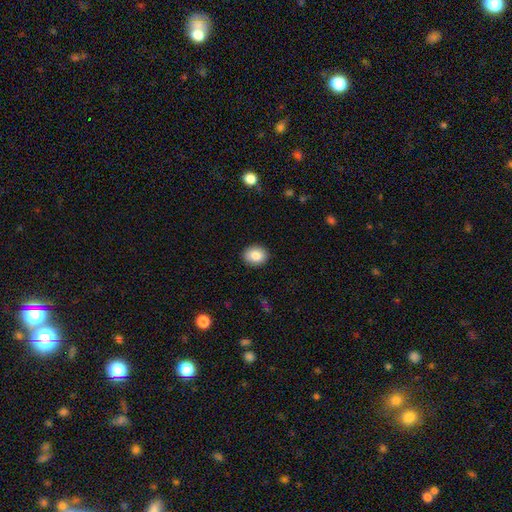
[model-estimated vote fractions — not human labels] A smooth galaxy with no disk features (85%) that is round (57%).

Vote fractions:
- Smooth or featured? smooth: 85% / star or artifact: 8% / featured or disk: 7%
- How rounded? round: 57% / in between: 42% / cigar-shaped: 1%
- Merging? none: 91% / minor disturbance: 7% / major disturbance: 2% / merger: 1%